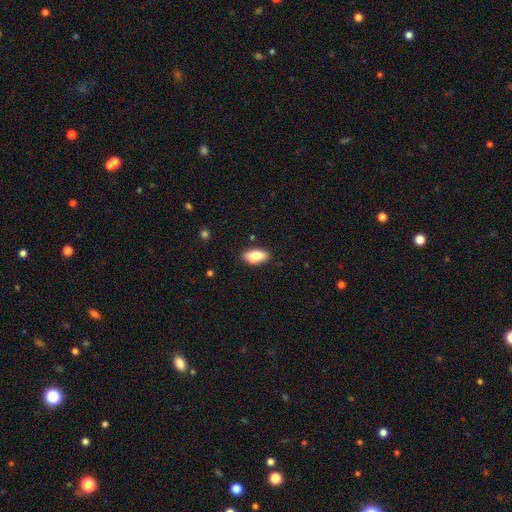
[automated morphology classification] Smooth or featured? smooth (79%)
How rounded? in between (88%)
Merging? none (76%)